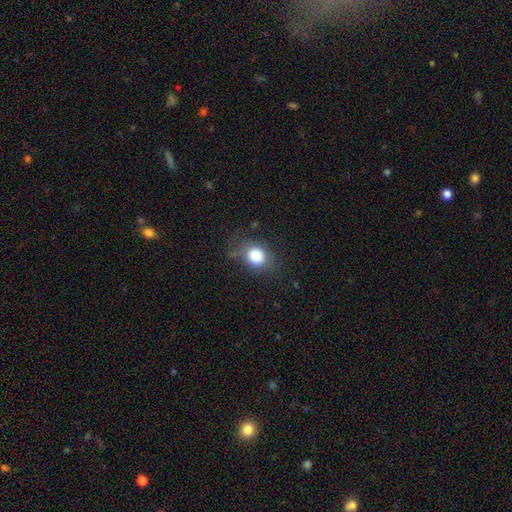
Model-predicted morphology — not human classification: Smooth or featured: smooth — 83% (star or artifact — 10%)
How rounded: round — 61% (in between — 38%)
Merging: none — 68% (minor disturbance — 21%)